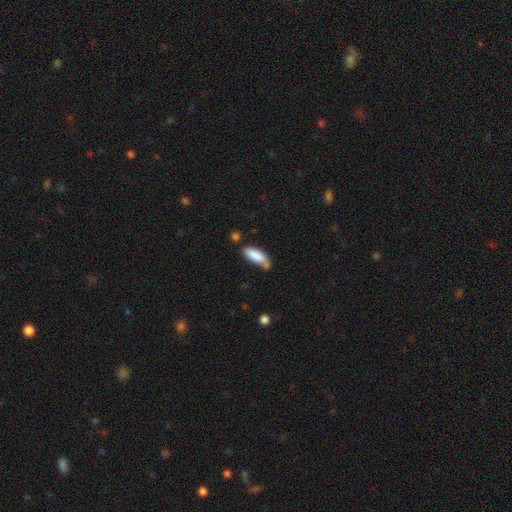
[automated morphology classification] Smooth or featured? smooth (86%)
How rounded? in between (74%)
Merging? none (56%)